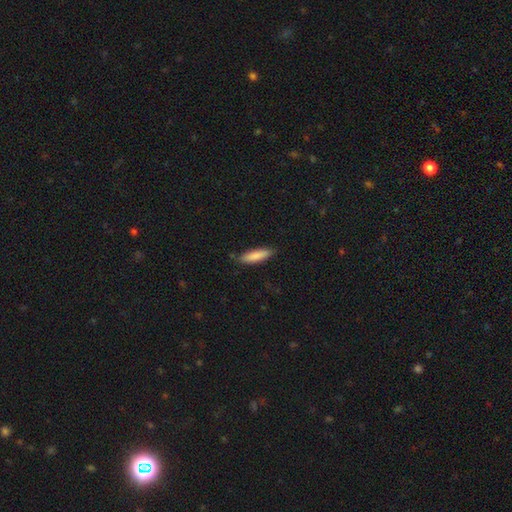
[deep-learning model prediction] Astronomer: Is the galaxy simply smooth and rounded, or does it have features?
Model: smooth — 84%.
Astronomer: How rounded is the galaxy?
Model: cigar-shaped — 69%.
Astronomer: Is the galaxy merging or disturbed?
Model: none — 81%.